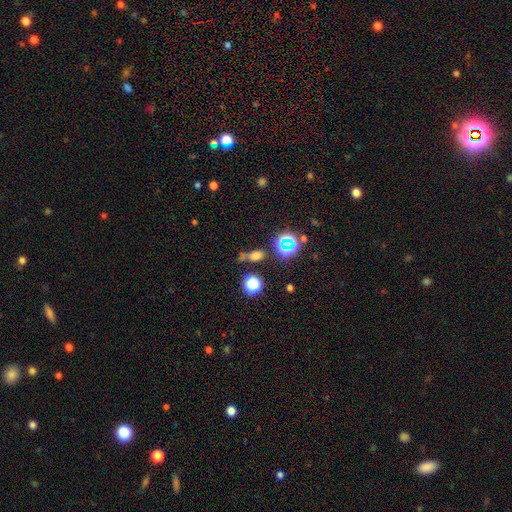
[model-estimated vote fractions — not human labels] A smooth galaxy with no disk features (60%) that is in between round and cigar-shaped (61%). Merging: none (59%).